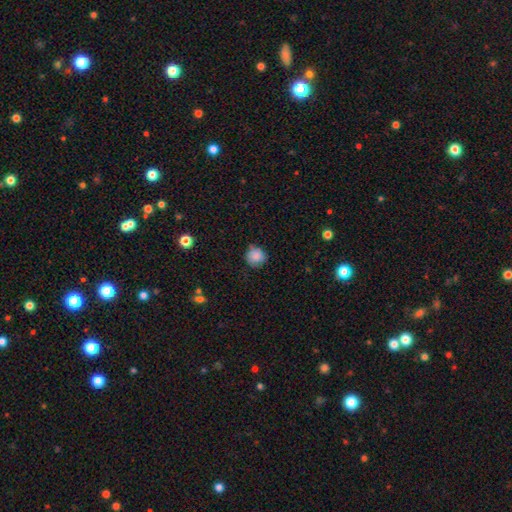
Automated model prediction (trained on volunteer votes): smooth_or_featured: smooth (p=0.85) [alt: star or artifact p=0.09]
how_rounded: round (p=0.89) [alt: in between p=0.10]
merging: none (p=0.74) [alt: minor disturbance p=0.21]